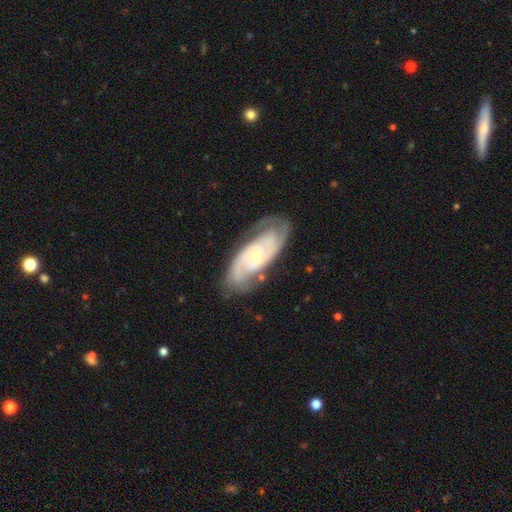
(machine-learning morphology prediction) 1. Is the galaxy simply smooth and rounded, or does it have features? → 84% featured or disk, 11% smooth, 5% star or artifact.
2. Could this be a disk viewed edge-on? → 93% no, 7% yes.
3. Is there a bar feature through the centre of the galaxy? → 66% no, 27% weak, 8% strong.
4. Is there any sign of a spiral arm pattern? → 95% yes, 5% no.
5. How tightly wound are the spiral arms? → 53% tight, 38% medium, 9% loose.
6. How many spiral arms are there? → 72% 2, 14% can't tell, 8% 3, 2% 4, 2% 1, 2% more than 4.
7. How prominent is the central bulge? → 71% small, 24% moderate, 2% none, 2% large, 1% dominant.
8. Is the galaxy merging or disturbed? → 75% none, 17% minor disturbance, 6% major disturbance, 2% merger.